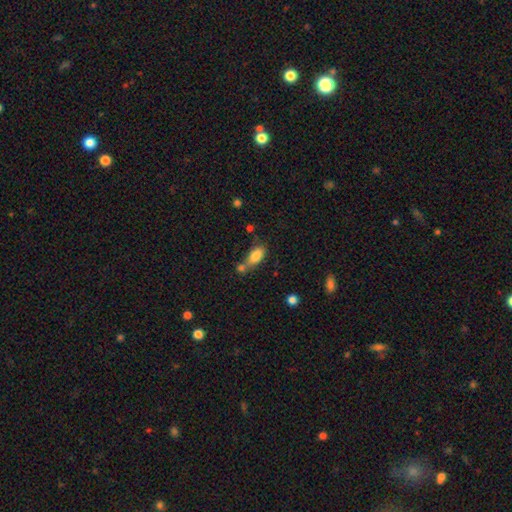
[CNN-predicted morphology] Smooth or featured? smooth (81%)
How rounded? in between (86%)
Merging? none (41%)